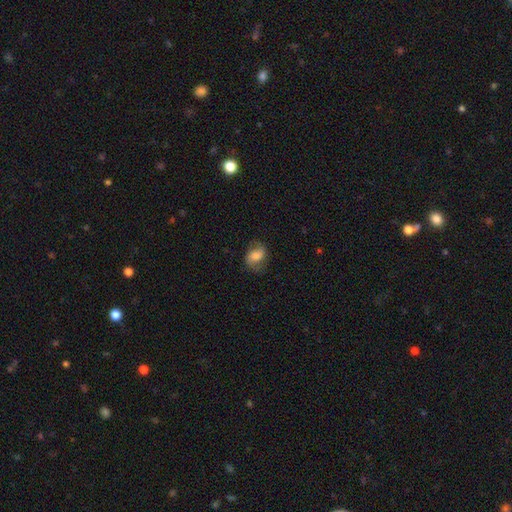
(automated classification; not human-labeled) Smooth or featured?
  - smooth: 50% *
  - featured or disk: 41%
  - star or artifact: 9%
Merging?
  - none: 69% *
  - minor disturbance: 20%
  - major disturbance: 9%
  - merger: 1%